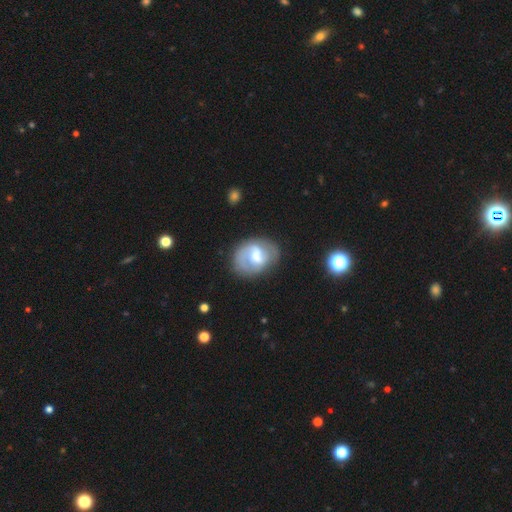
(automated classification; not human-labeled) A featured or disk galaxy (67%) with a weak bar (56%), 2 (69%) medium (43%) spiral arms (81%) and a moderate central bulge (55%). Merging: none (70%).